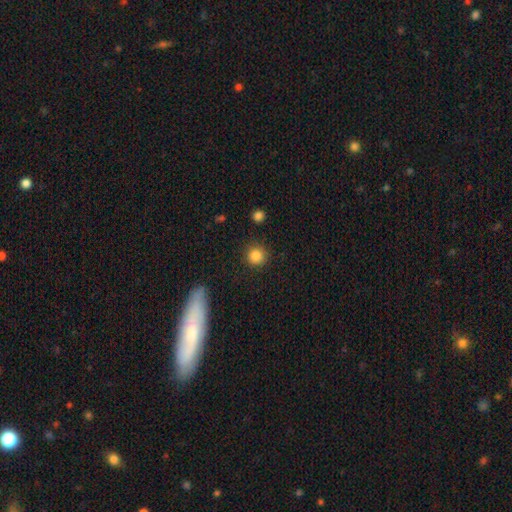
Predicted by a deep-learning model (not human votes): This is clearly a smooth galaxy (85%). How rounded: clearly round (93%). Merging: clearly none (88%).